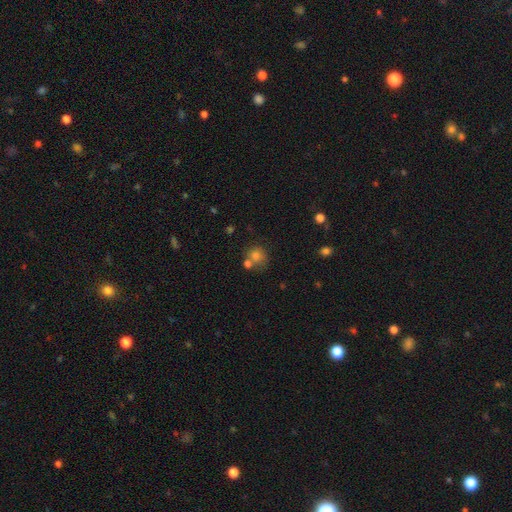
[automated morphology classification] The model was most divided on "merging": none: 57%, merger: 28%, minor disturbance: 11%, major disturbance: 4%. More confident: how rounded — round (85%); smooth or featured — smooth (75%).